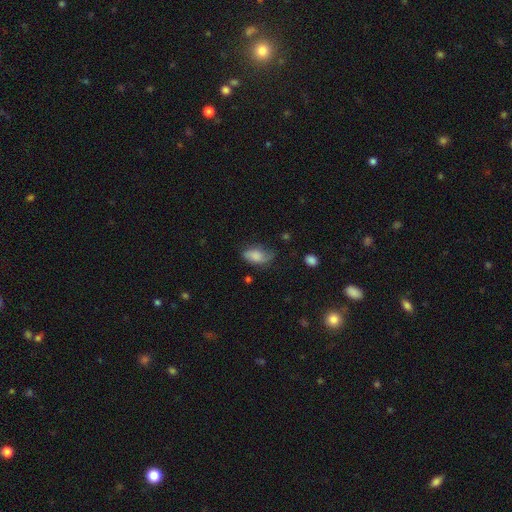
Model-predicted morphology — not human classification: Smooth or featured? Predicted: smooth (p=0.72). How rounded? Predicted: in between (p=0.90). Merging? Predicted: none (p=0.48).